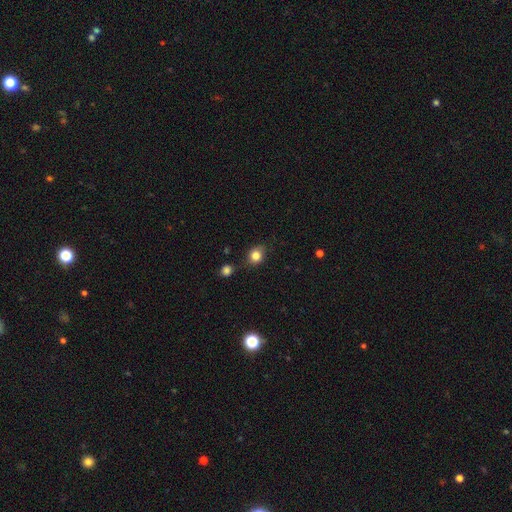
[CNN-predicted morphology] This appears to be a smooth galaxy with no disk features (81%) that is round (62%). Merging: none (74%).